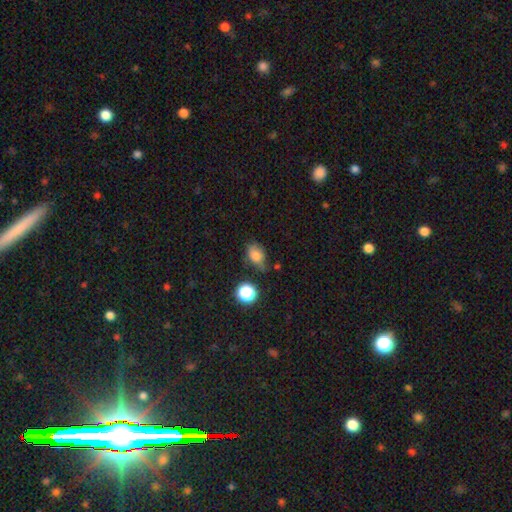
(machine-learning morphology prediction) Smooth or featured? smooth (79%)
How rounded? in between (75%)
Merging? none (54%)